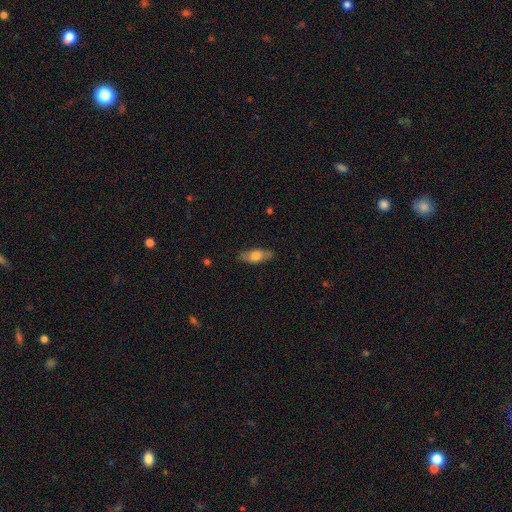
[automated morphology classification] Smooth or featured? smooth (66%)
How rounded? in between (76%)
Merging? none (82%)